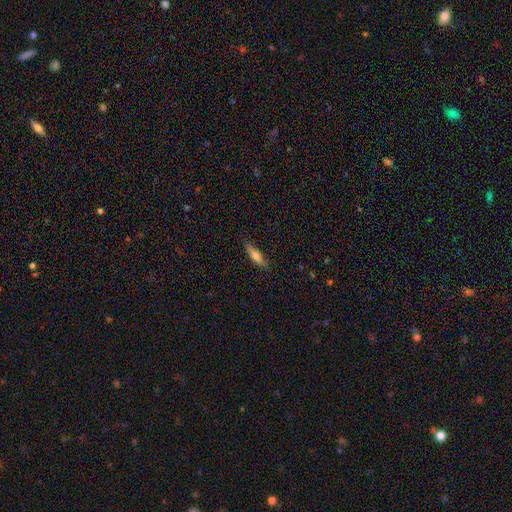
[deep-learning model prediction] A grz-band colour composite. It shows a smooth galaxy with no disk features (57%) that is cigar-shaped (79%). Merging: none (82%).